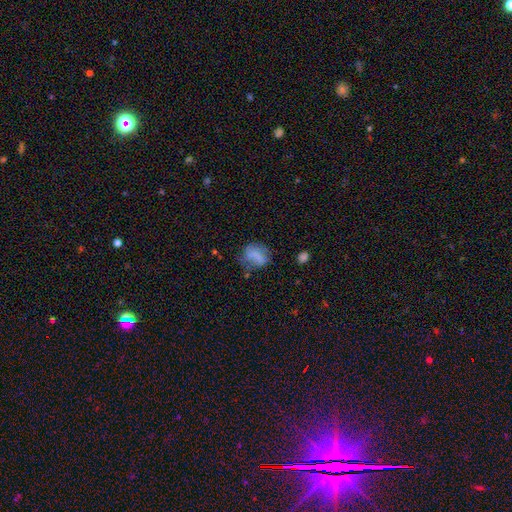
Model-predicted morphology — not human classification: A smooth galaxy with no disk features (70%) that is in between round and cigar-shaped (56%).

Vote fractions:
- Smooth or featured? smooth: 70% / featured or disk: 20% / star or artifact: 11%
- How rounded? in between: 56% / round: 41% / cigar-shaped: 2%
- Merging? none: 47% / minor disturbance: 29% / major disturbance: 18% / merger: 5%